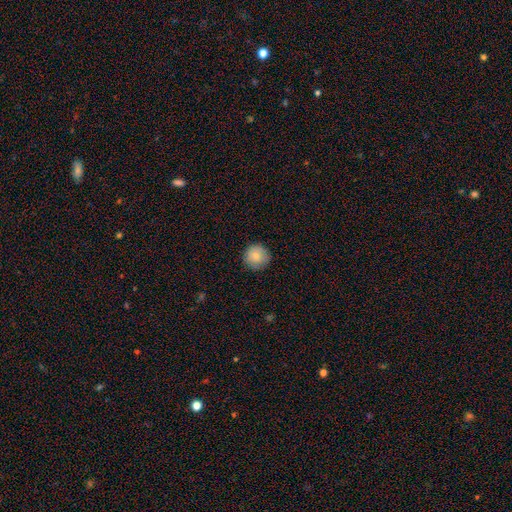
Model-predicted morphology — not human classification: This appears to be a smooth galaxy with no disk features (82%) that is round (96%). Merging: none (88%).